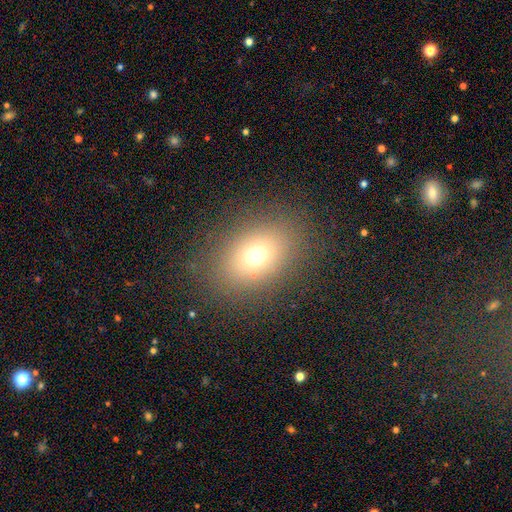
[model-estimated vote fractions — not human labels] Smooth or featured: smooth — 69% (star or artifact — 18%)
How rounded: in between — 66% (round — 33%)
Merging: none — 82% (minor disturbance — 10%)